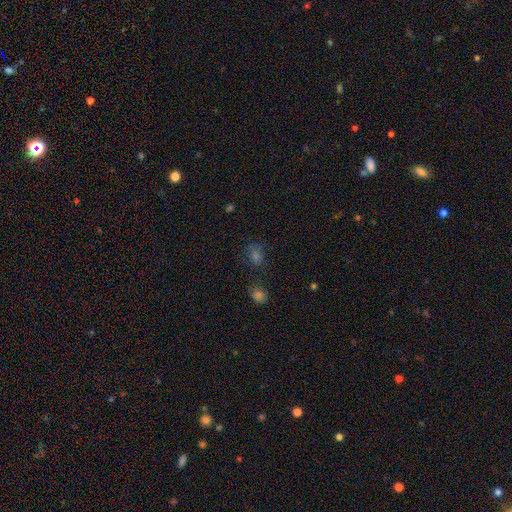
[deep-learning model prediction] This is possibly a smooth galaxy (55%). How rounded: possibly round (58%). Merging: likely none (71%).